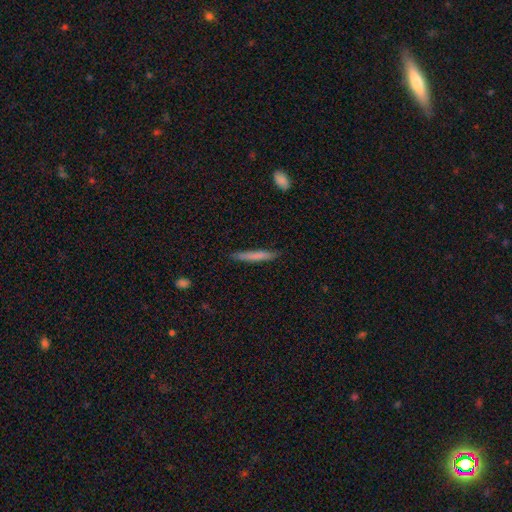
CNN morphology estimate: Smooth or featured?
  - smooth: 72% *
  - featured or disk: 22%
  - star or artifact: 6%
How rounded?
  - cigar-shaped: 96% *
  - in between: 3%
  - round: 1%
Merging?
  - none: 88% *
  - minor disturbance: 9%
  - major disturbance: 2%
  - merger: 1%